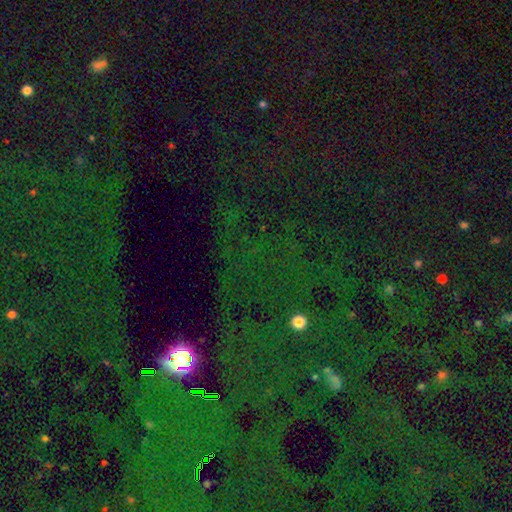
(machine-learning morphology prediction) type=star or artifact (81%).